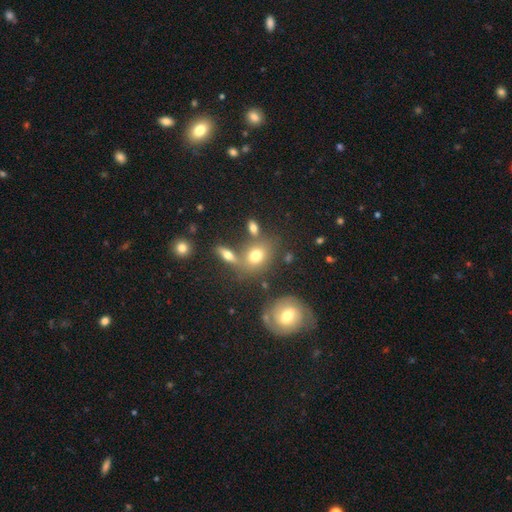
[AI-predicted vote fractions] Q: Smooth or featured?
A: smooth (70%); runner-up: featured or disk (18%)
Q: How rounded?
A: in between (57%); runner-up: round (41%)
Q: Merging?
A: none (58%); runner-up: merger (24%)